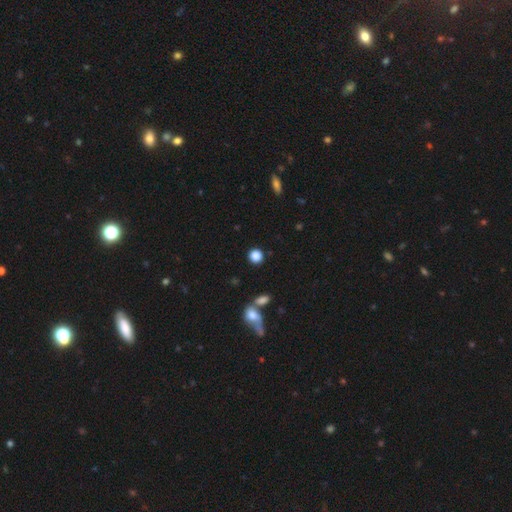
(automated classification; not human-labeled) Q: Smooth or featured?
A: smooth (86%); runner-up: star or artifact (10%)
Q: How rounded?
A: round (88%); runner-up: in between (11%)
Q: Merging?
A: none (84%); runner-up: minor disturbance (7%)